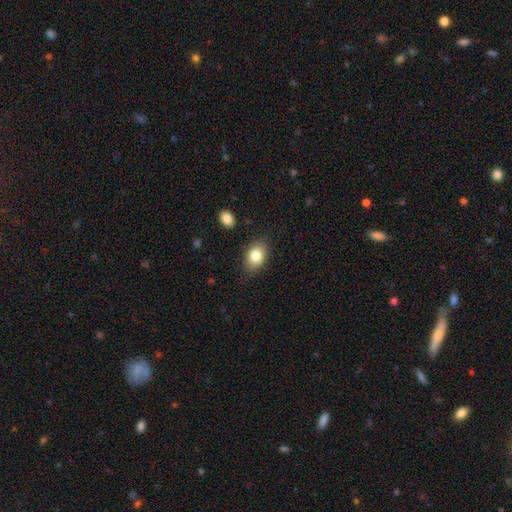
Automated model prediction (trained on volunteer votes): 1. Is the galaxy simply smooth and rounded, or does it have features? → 82% smooth, 10% featured or disk, 8% star or artifact.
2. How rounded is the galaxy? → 82% in between, 17% round, 1% cigar-shaped.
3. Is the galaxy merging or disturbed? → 84% none, 11% minor disturbance, 3% major disturbance, 2% merger.